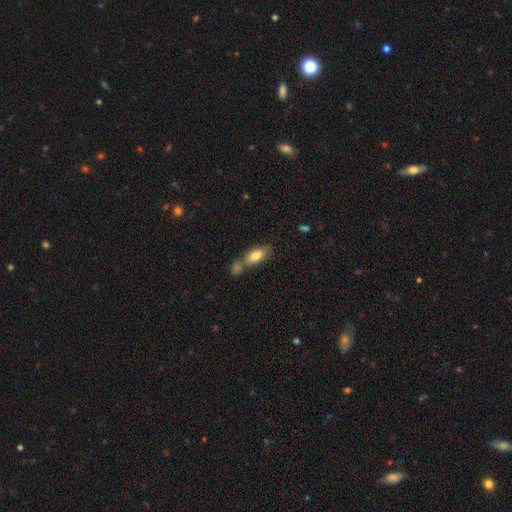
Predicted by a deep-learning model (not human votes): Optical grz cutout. It shows a smooth galaxy with no disk features (79%) that is in between round and cigar-shaped (81%). Merging: merger (44%).